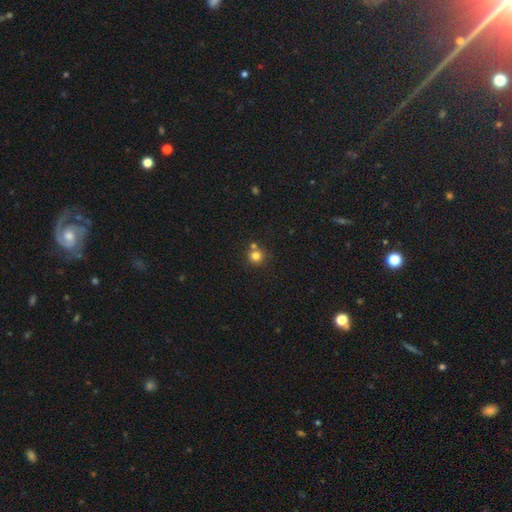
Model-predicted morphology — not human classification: This is likely a smooth galaxy (80%). How rounded: clearly round (92%). Merging: likely none (67%).